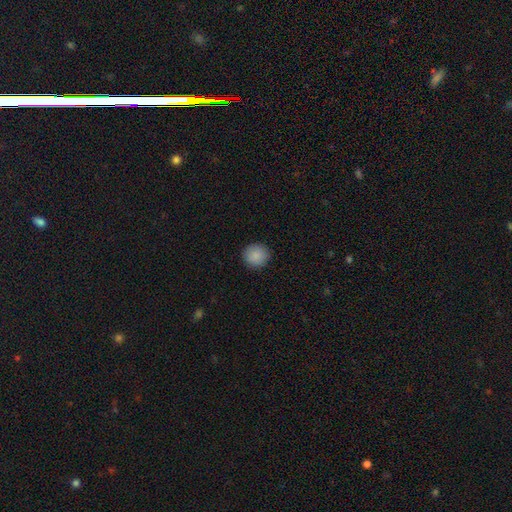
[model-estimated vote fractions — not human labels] Q: Smooth or featured?
A: smooth (89%); runner-up: star or artifact (8%)
Q: How rounded?
A: round (92%); runner-up: in between (7%)
Q: Merging?
A: none (92%); runner-up: minor disturbance (6%)